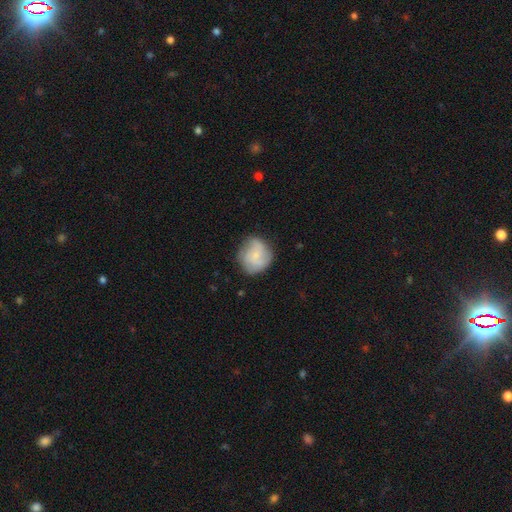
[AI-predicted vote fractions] Smooth or featured?
  - smooth: 54% *
  - featured or disk: 39%
  - star or artifact: 7%
How rounded?
  - round: 84% *
  - in between: 15%
  - cigar-shaped: 1%
Merging?
  - none: 70% *
  - minor disturbance: 21%
  - major disturbance: 7%
  - merger: 1%